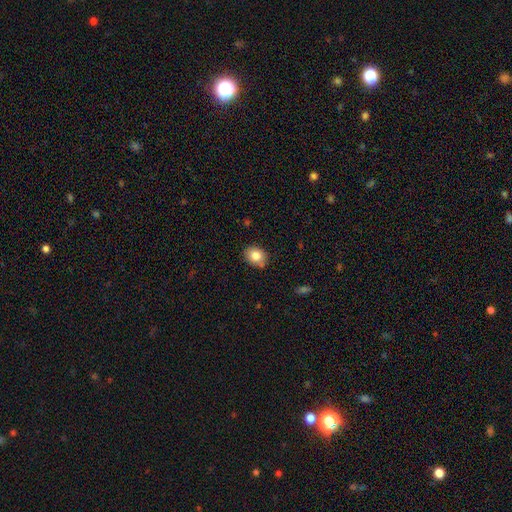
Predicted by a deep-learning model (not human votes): Q: Smooth or featured?
A: smooth (82%); runner-up: star or artifact (9%)
Q: How rounded?
A: round (50%); runner-up: in between (49%)
Q: Merging?
A: none (80%); runner-up: minor disturbance (14%)